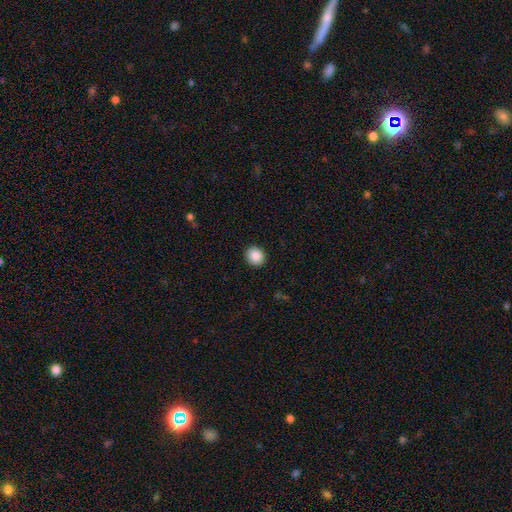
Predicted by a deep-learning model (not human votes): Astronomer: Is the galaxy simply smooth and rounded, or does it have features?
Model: smooth — 86%.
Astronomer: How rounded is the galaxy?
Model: round — 81%.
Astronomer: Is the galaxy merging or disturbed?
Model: none — 92%.